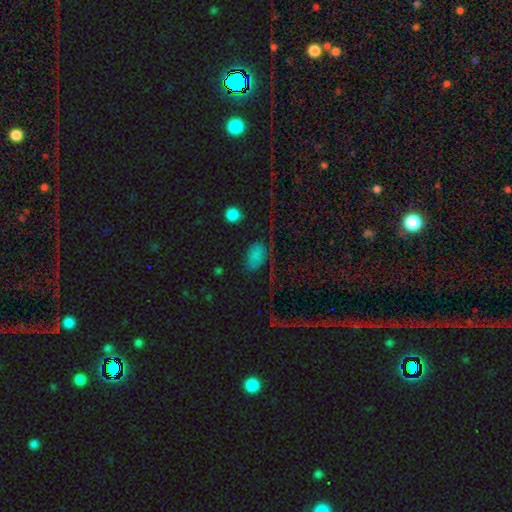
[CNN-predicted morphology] Smooth or featured? Predicted: smooth (p=0.65). How rounded? Predicted: in between (p=0.84). Merging? Predicted: none (p=0.64).